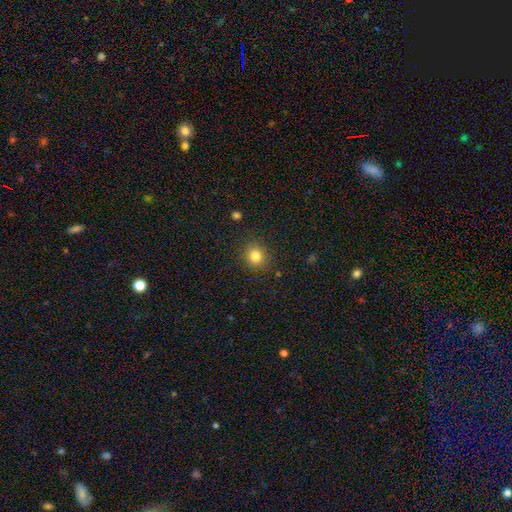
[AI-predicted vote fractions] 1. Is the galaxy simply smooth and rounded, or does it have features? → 82% smooth, 12% star or artifact, 6% featured or disk.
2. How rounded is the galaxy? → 79% round, 20% in between, 1% cigar-shaped.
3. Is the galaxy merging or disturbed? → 87% none, 9% minor disturbance, 3% major disturbance, 1% merger.